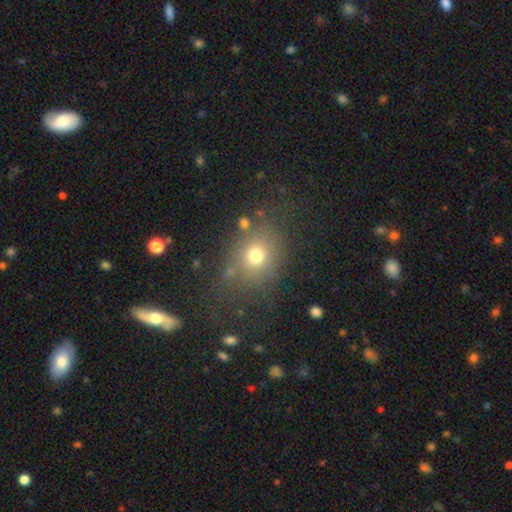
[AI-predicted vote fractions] Q: Smooth or featured?
A: smooth (69%); runner-up: star or artifact (18%)
Q: How rounded?
A: round (58%); runner-up: in between (40%)
Q: Merging?
A: none (70%); runner-up: minor disturbance (15%)